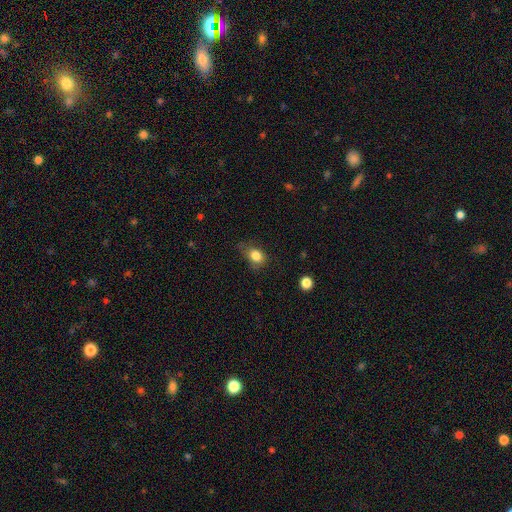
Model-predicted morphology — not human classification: The model was most divided on "how rounded": in between: 62%, round: 37%, cigar-shaped: 1%. More confident: smooth or featured — smooth (82%); merging — none (56%).